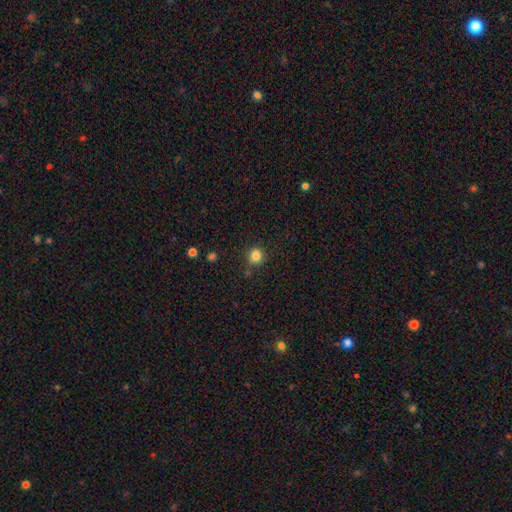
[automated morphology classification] Q: Smooth or featured?
A: smooth (84%); runner-up: star or artifact (12%)
Q: How rounded?
A: round (89%); runner-up: in between (10%)
Q: Merging?
A: none (84%); runner-up: minor disturbance (9%)